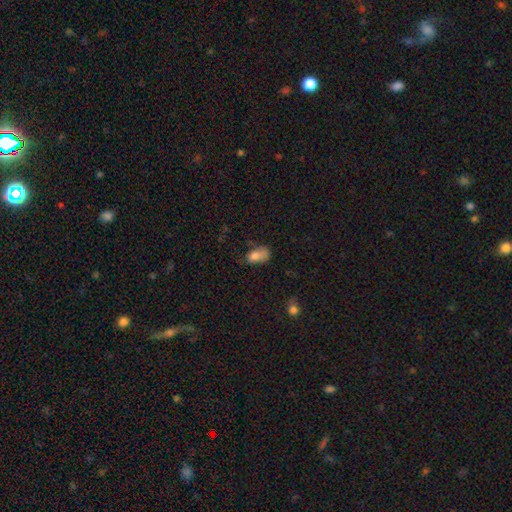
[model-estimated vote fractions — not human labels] Smooth or featured?
  - smooth: 77% *
  - featured or disk: 13%
  - star or artifact: 10%
How rounded?
  - in between: 87% *
  - round: 10%
  - cigar-shaped: 2%
Merging?
  - minor disturbance: 34% * (tied)
  - none: 34% * (tied)
  - major disturbance: 26%
  - merger: 7%